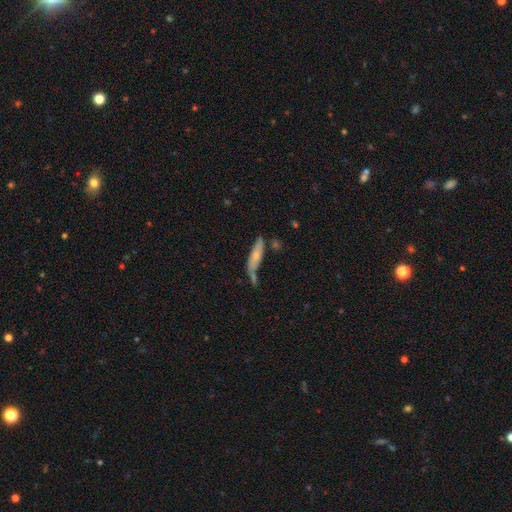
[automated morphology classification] smooth-or-featured: smooth: 63% | featured or disk: 30% | star or artifact: 7%
  how-rounded: cigar-shaped: 71% | in between: 27% | round: 2%
  merging: none: 54% | minor disturbance: 21% | merger: 18% | major disturbance: 7%